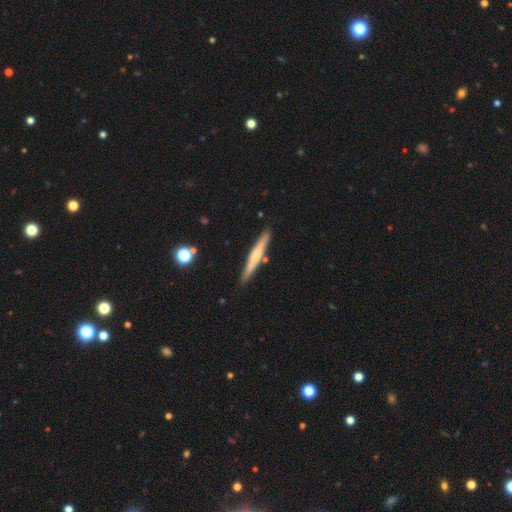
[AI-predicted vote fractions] Overall: featured or disk (52%; smooth 42%). Edge-on disk: yes (97%). Edge-on bulge: rounded (61%; none 29%). Merging: none (86%).